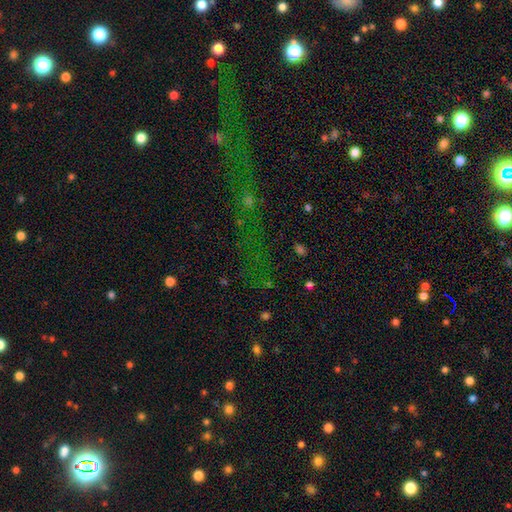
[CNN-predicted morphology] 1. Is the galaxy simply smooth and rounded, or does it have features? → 64% star or artifact, 23% smooth, 13% featured or disk.